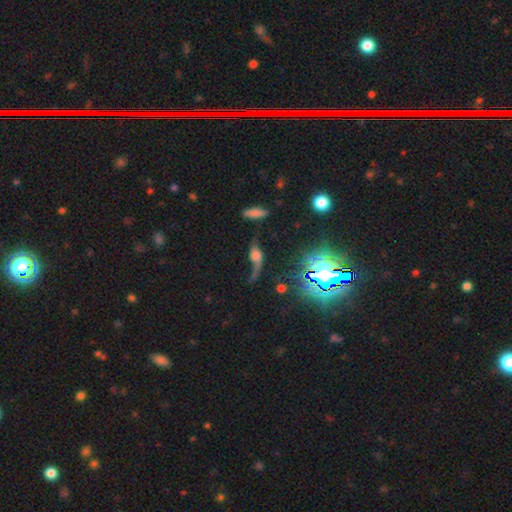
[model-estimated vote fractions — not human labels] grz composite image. It shows a featured or disk galaxy (58%). Merging: major disturbance (35%, tied with none).